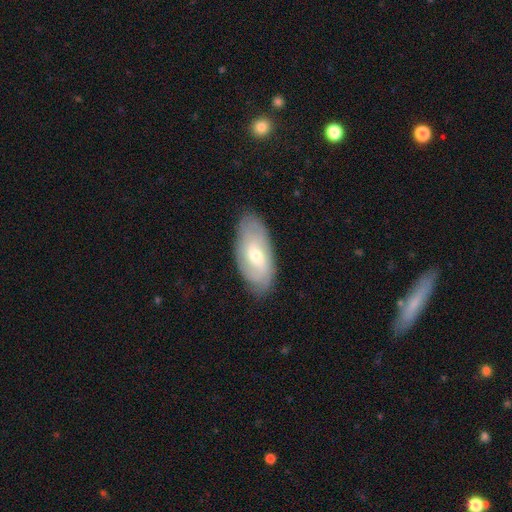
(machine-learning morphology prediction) featured or disk 52%, smooth 41%, star or artifact 7%. Down the decision tree: edge-on disk — no (89%); merging — none (81%).